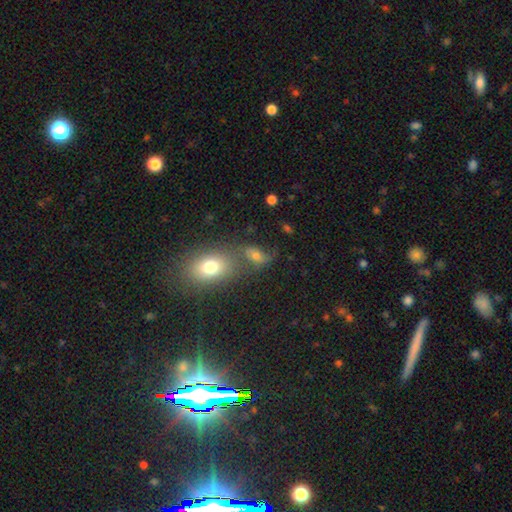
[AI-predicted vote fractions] smooth_or_featured: smooth (p=0.59) [alt: featured or disk p=0.22]
how_rounded: in between (p=0.77) [alt: round p=0.19]
merging: none (p=0.47) [alt: merger p=0.26]